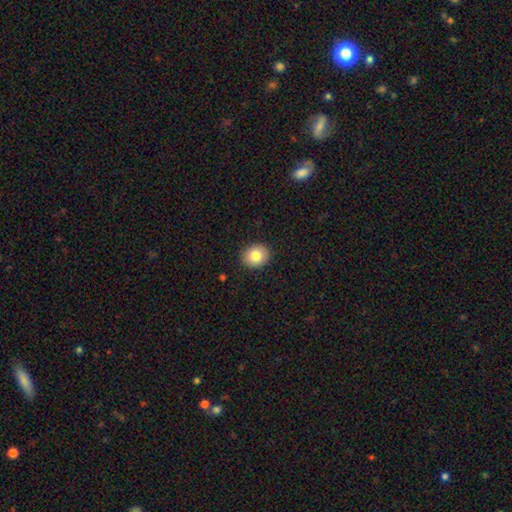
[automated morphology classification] This is clearly a smooth galaxy (82%). How rounded: likely round (71%). Merging: clearly none (91%).